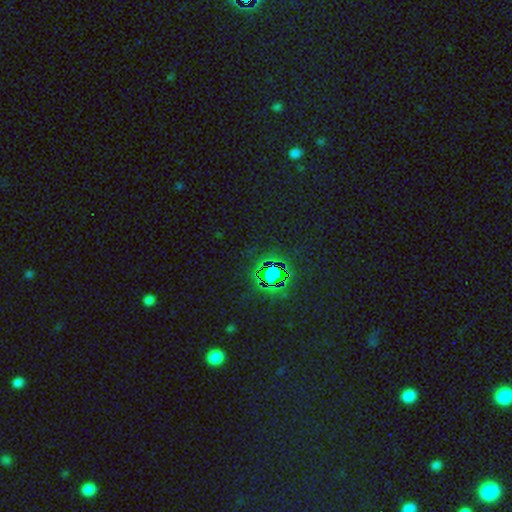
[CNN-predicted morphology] This is likely a star or artifact rather than a galaxy (80%).